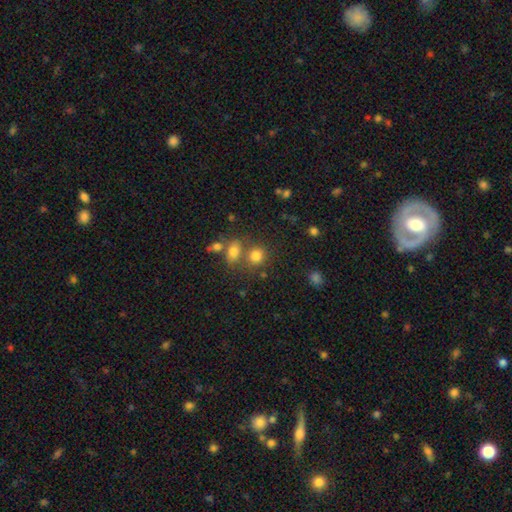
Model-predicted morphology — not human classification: This is likely a smooth galaxy (77%). How rounded: likely round (76%). Merging: possibly none (57%).